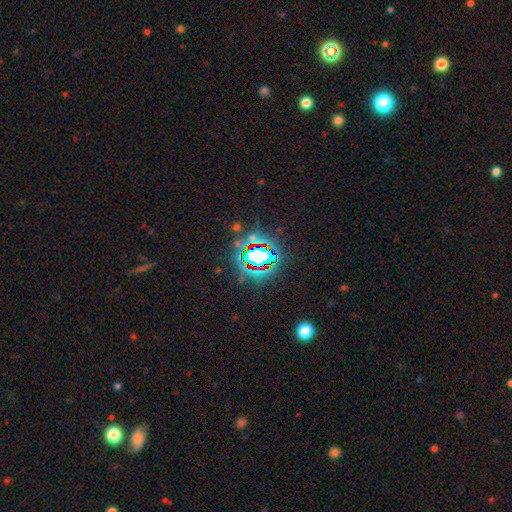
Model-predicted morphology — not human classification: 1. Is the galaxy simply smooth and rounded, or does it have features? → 71% star or artifact, 17% smooth, 12% featured or disk.